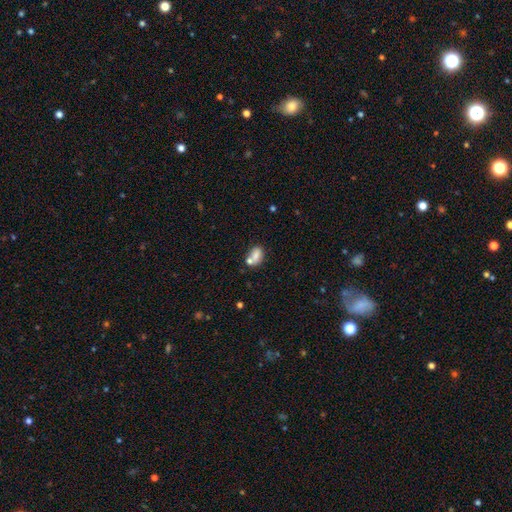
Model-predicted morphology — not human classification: Q: Smooth or featured?
A: smooth (73%); runner-up: featured or disk (17%)
Q: How rounded?
A: in between (77%); runner-up: round (22%)
Q: Merging?
A: merger (41%); runner-up: none (39%)